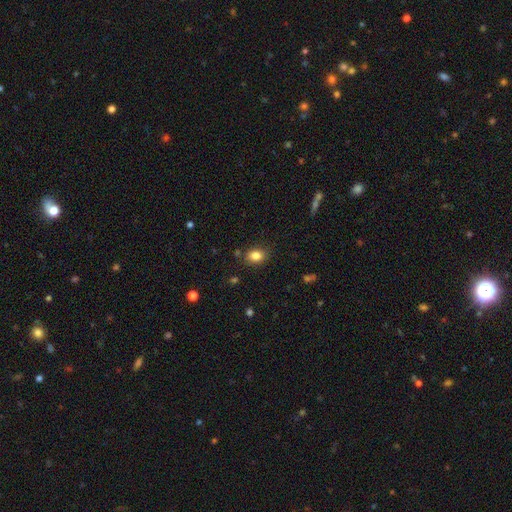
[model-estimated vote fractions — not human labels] This is clearly a smooth galaxy (83%). How rounded: likely in between (67%). Merging: clearly none (83%).